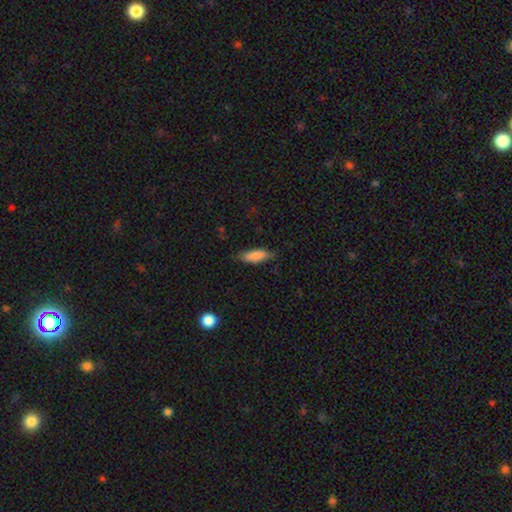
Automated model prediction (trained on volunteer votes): smooth 82%, featured or disk 12%, star or artifact 6%. Down the decision tree: how rounded — in between (59%); merging — none (74%).